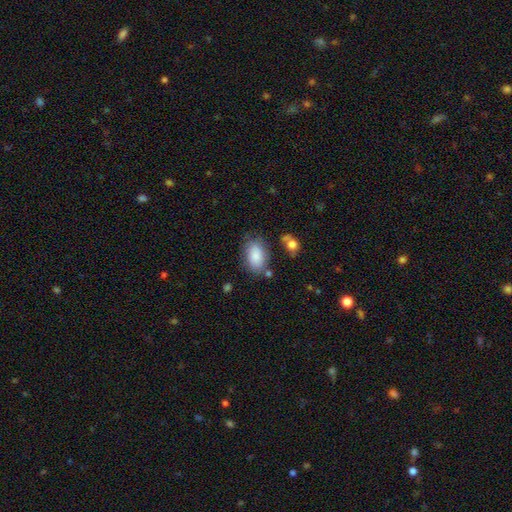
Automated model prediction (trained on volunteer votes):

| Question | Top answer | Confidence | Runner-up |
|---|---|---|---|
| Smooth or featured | smooth | 85% | featured or disk (8%) |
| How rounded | in between | 91% | round (8%) |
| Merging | none | 70% | minor disturbance (19%) |